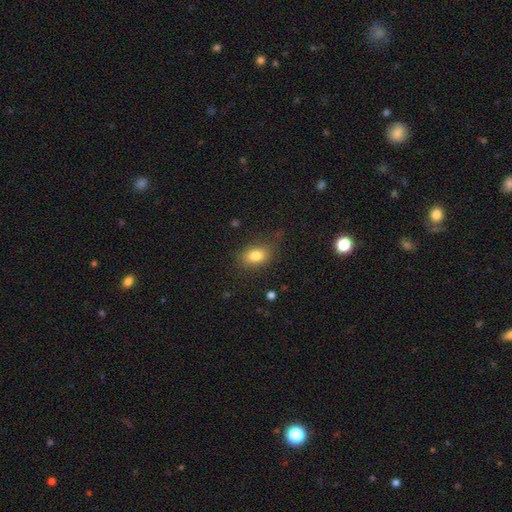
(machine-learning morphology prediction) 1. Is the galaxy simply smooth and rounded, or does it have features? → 82% smooth, 10% star or artifact, 9% featured or disk.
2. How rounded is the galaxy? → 78% in between, 20% round, 2% cigar-shaped.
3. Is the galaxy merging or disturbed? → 77% none, 16% minor disturbance, 6% major disturbance, 2% merger.